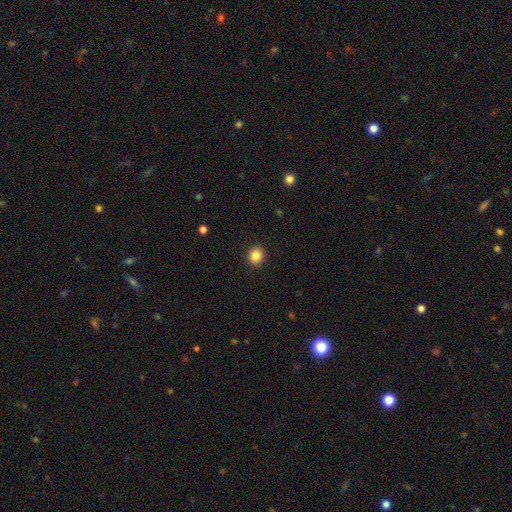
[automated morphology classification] A smooth galaxy with no disk features (86%) that is round (81%). Merging: none (92%).